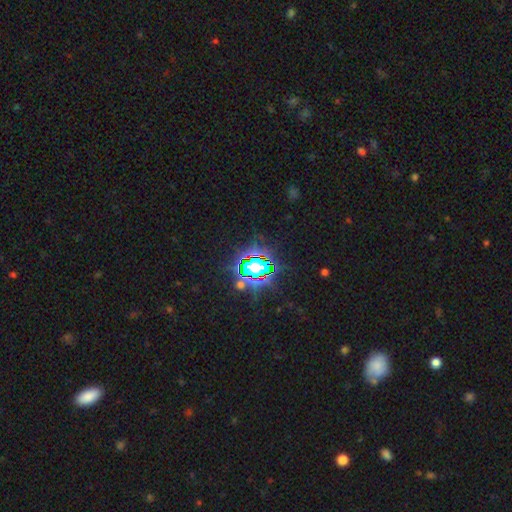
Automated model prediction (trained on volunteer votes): Morphology: type=star or artifact (82%).